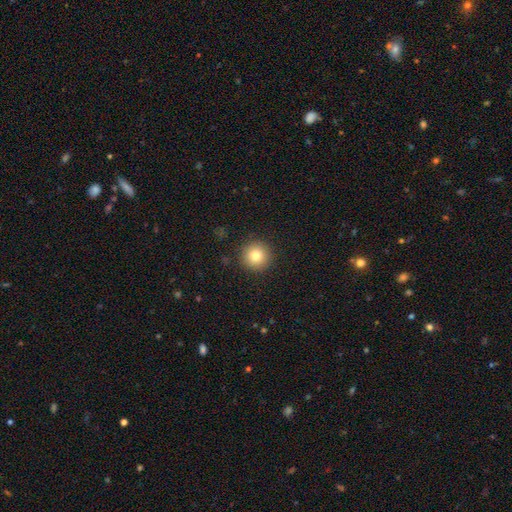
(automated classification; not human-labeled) Morphology: type=smooth (79%); roundness=round (96%); merging=none (91%).